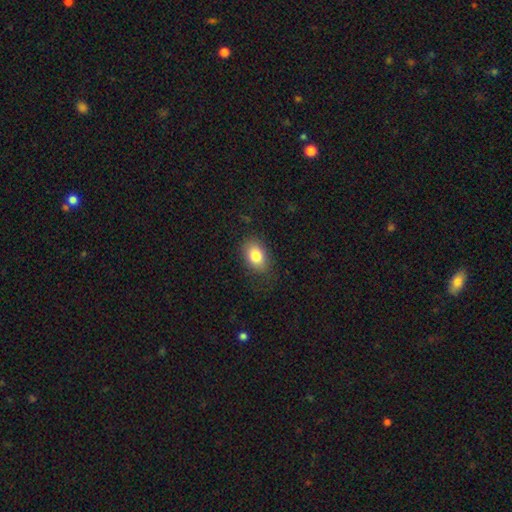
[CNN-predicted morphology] Q: Smooth or featured?
A: smooth (82%); runner-up: featured or disk (10%)
Q: How rounded?
A: in between (85%); runner-up: round (14%)
Q: Merging?
A: none (79%); runner-up: minor disturbance (15%)